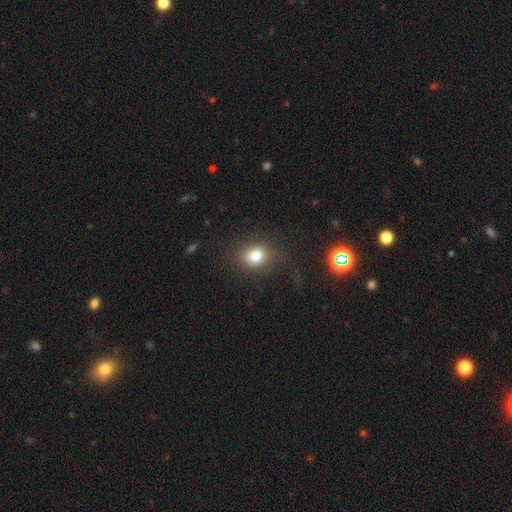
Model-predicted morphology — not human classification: Smooth or featured? smooth (81%)
How rounded? in between (50%)
Merging? none (78%)